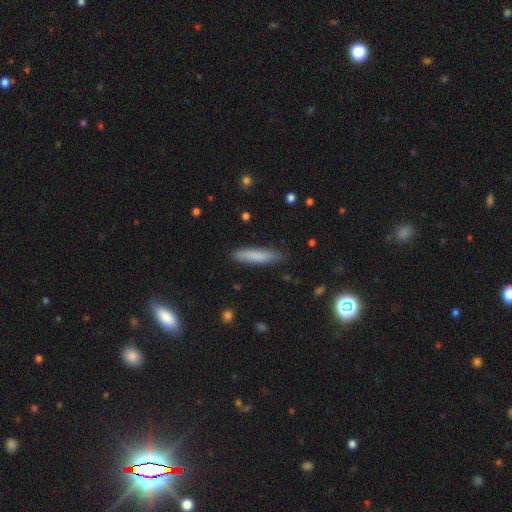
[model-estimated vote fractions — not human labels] Smooth or featured?
  - smooth: 80% *
  - featured or disk: 13%
  - star or artifact: 7%
How rounded?
  - cigar-shaped: 85% *
  - in between: 14%
  - round: 1%
Merging?
  - none: 85% *
  - minor disturbance: 12%
  - major disturbance: 2%
  - merger: 1%